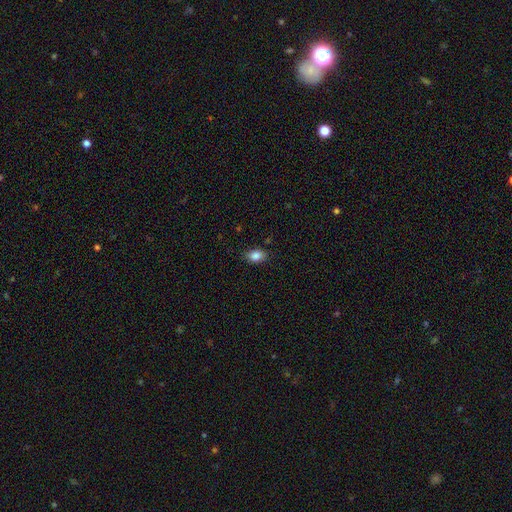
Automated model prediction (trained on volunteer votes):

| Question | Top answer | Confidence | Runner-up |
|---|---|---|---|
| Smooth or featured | smooth | 85% | star or artifact (9%) |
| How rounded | in between | 83% | round (15%) |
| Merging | none | 83% | minor disturbance (13%) |